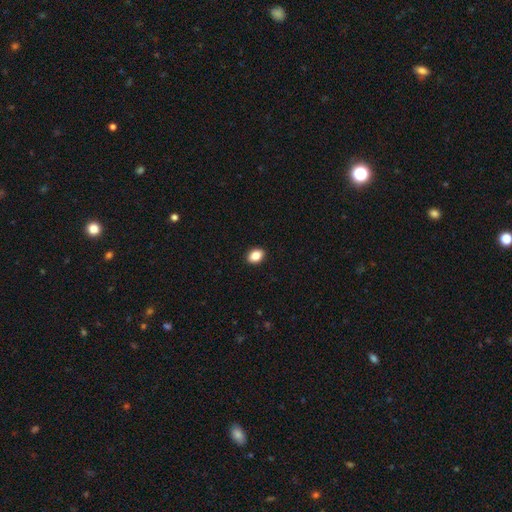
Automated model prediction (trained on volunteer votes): A smooth galaxy with no disk features (87%) that is in between round and cigar-shaped (74%). Merging: none (91%).